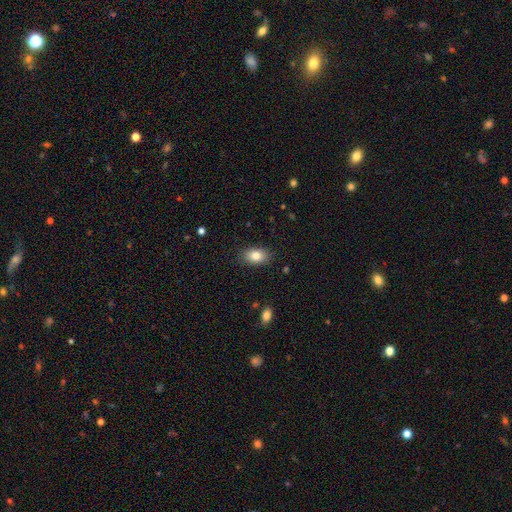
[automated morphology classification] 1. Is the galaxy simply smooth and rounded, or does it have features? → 83% smooth, 9% featured or disk, 8% star or artifact.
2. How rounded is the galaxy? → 88% in between, 10% round, 2% cigar-shaped.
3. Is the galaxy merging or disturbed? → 87% none, 10% minor disturbance, 2% major disturbance, 1% merger.